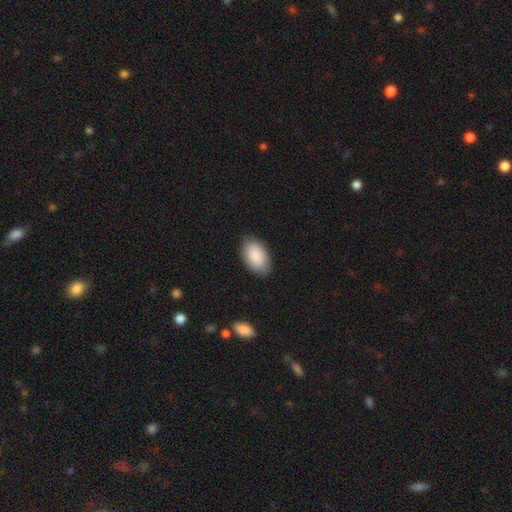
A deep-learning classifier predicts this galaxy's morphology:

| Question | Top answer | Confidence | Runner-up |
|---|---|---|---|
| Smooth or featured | smooth | 90% | star or artifact (6%) |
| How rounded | in between | 93% | round (6%) |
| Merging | none | 86% | minor disturbance (11%) |